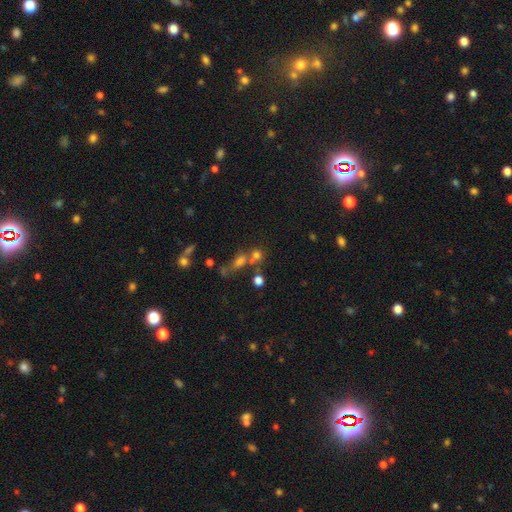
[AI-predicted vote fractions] A star or artifact, not a galaxy (44%).